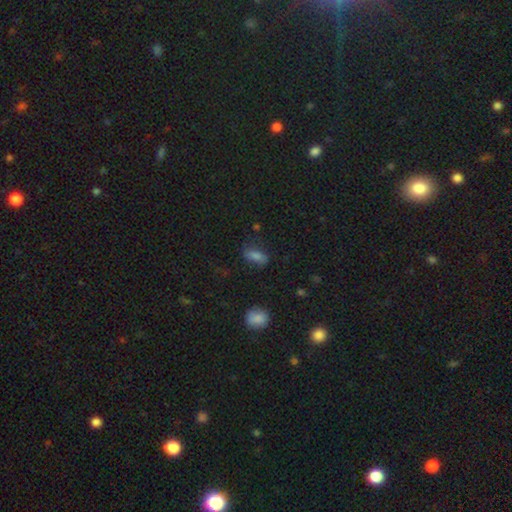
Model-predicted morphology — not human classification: The model was most divided on "merging": none: 71%, minor disturbance: 20%, major disturbance: 7%, merger: 3%. More confident: how rounded — in between (83%); smooth or featured — smooth (74%).